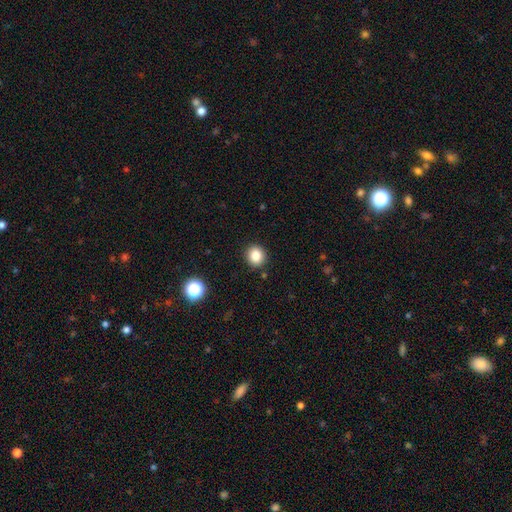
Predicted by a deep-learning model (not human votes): This is clearly a smooth galaxy (84%). How rounded: clearly round (83%). Merging: clearly none (90%).